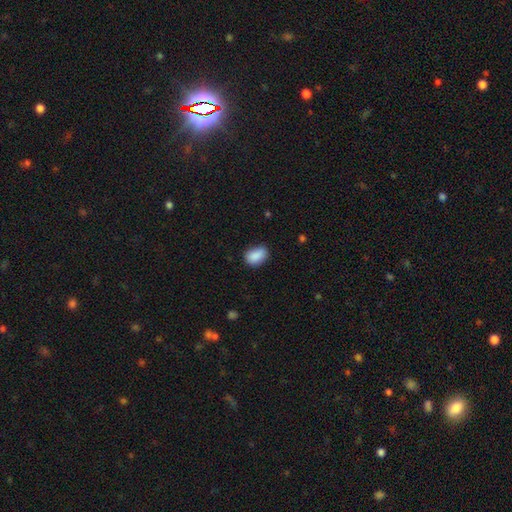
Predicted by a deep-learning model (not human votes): smooth_or_featured: smooth (p=0.88) [alt: star or artifact p=0.08]
how_rounded: in between (p=0.83) [alt: round p=0.15]
merging: none (p=0.74) [alt: minor disturbance p=0.21]